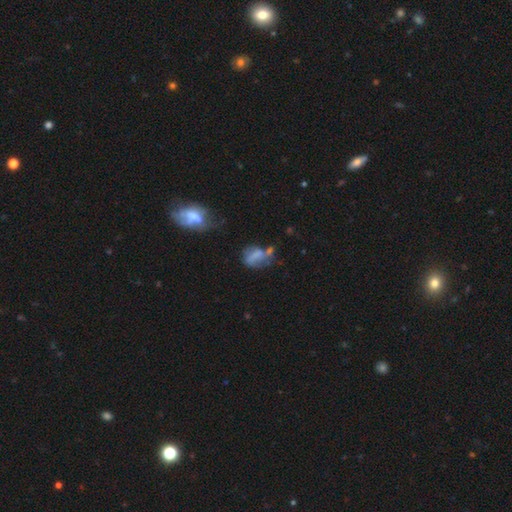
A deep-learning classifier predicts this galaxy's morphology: The model was most divided on "merging": none: 31%, minor disturbance: 24%, major disturbance: 23%, merger: 22%. More confident: how rounded — in between (71%); smooth or featured — smooth (51%).